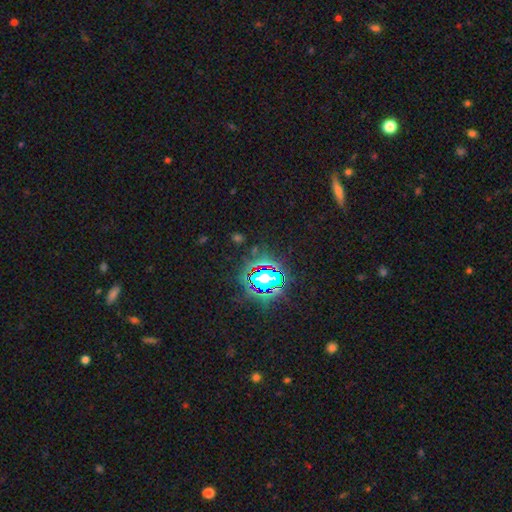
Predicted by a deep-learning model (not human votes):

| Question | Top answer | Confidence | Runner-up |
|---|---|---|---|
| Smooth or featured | star or artifact | 80% | smooth (12%) |